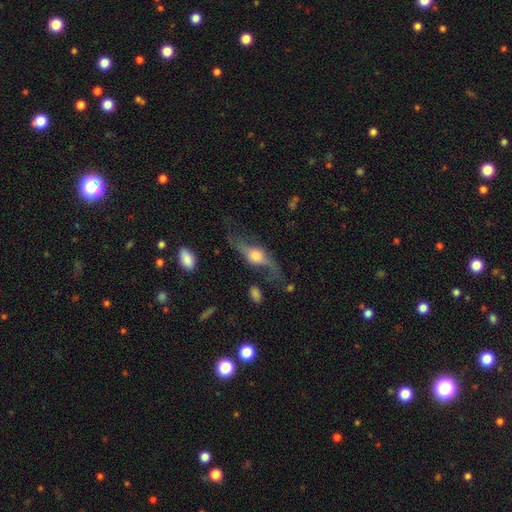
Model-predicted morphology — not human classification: This appears to be a featured or disk galaxy (76%) viewed edge-on (57%). Merging: none (56%).